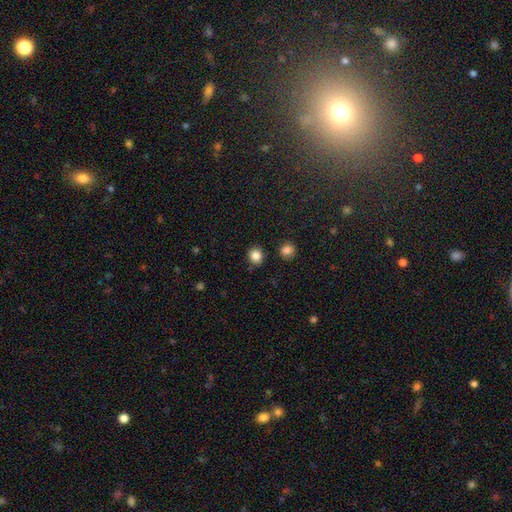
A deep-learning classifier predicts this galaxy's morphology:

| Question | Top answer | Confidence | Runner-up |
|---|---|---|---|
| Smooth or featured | smooth | 85% | star or artifact (11%) |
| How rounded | round | 79% | in between (20%) |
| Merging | none | 85% | minor disturbance (9%) |